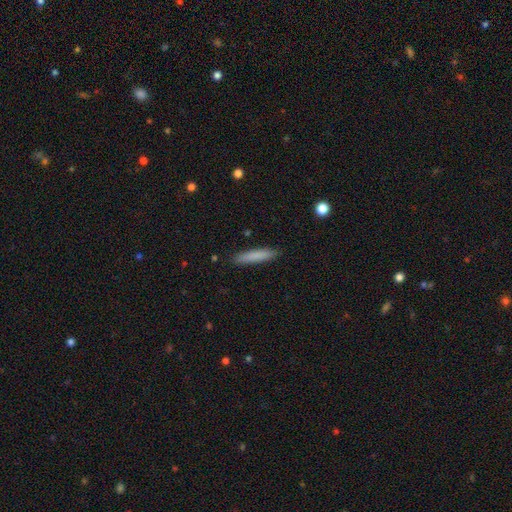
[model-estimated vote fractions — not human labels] Smooth or featured? smooth (82%)
How rounded? cigar-shaped (91%)
Merging? none (89%)